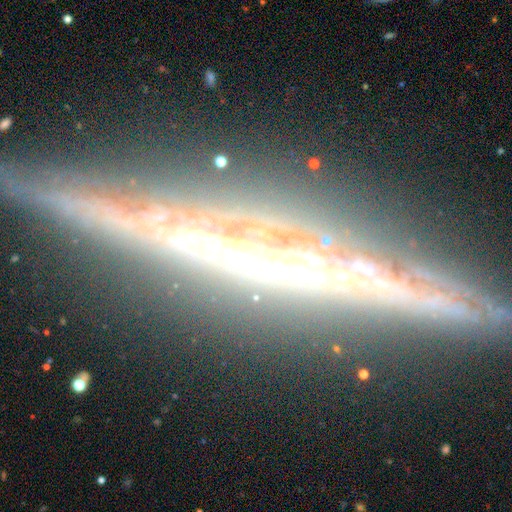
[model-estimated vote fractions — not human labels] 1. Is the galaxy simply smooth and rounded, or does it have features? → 74% featured or disk, 16% star or artifact, 10% smooth.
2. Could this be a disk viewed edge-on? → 92% yes, 8% no.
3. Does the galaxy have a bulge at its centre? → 62% none, 20% rounded, 18% boxy.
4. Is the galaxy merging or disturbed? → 80% none, 13% minor disturbance, 4% major disturbance, 3% merger.